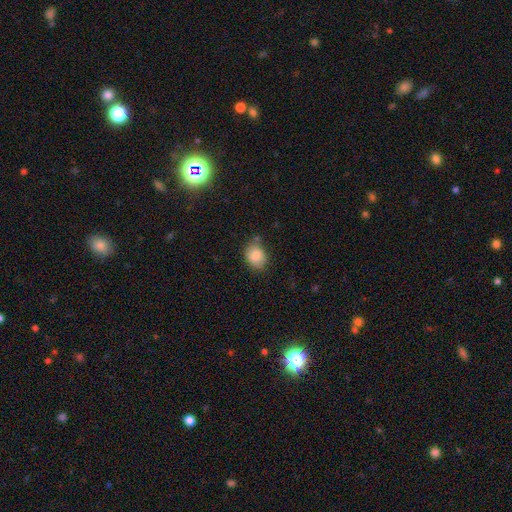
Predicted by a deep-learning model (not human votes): A smooth galaxy with no disk features (83%) that is in between round and cigar-shaped (59%). Merging: none (62%).